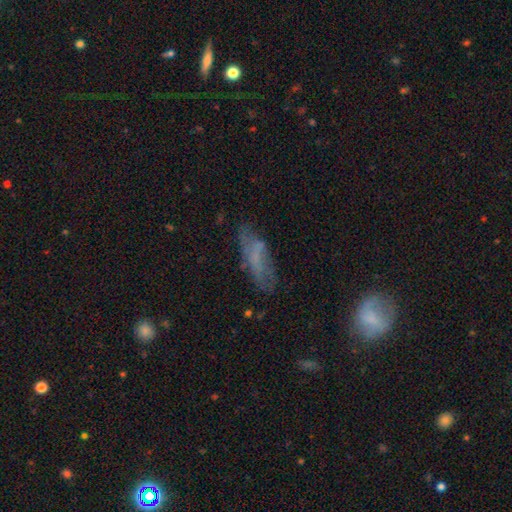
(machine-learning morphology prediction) Smooth or featured: smooth — 50% (featured or disk — 39%)
Merging: none — 61% (minor disturbance — 24%)